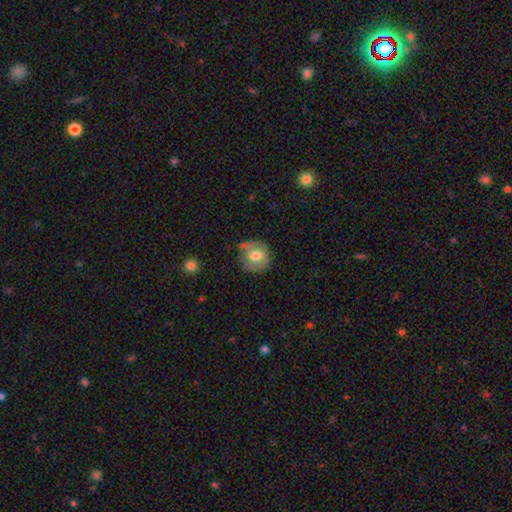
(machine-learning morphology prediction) smooth_or_featured: smooth (p=0.52) [alt: featured or disk p=0.40]
how_rounded: round (p=0.76) [alt: in between p=0.23]
merging: none (p=0.61) [alt: minor disturbance p=0.27]